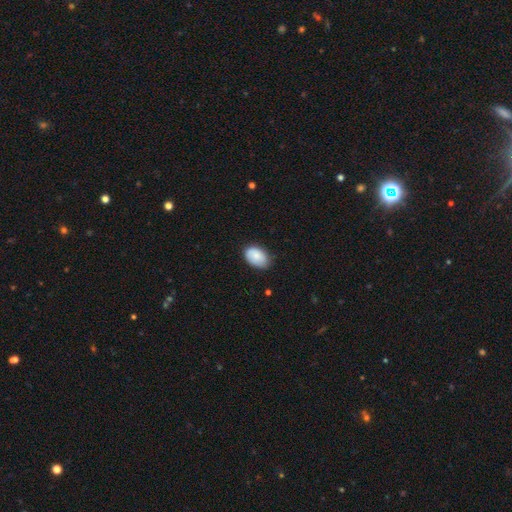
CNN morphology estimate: This appears to be a smooth galaxy with no disk features (83%) that is in between round and cigar-shaped (87%). Merging: none (74%).